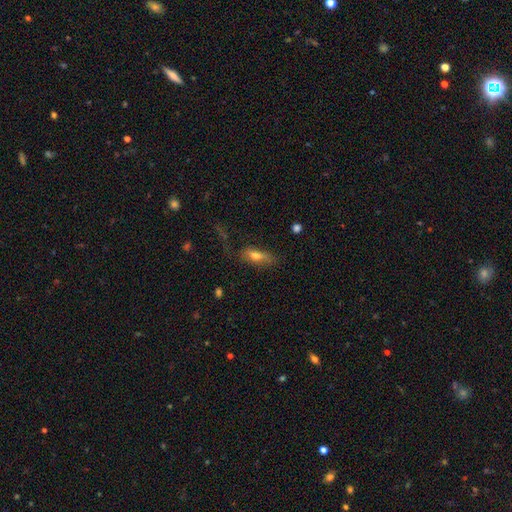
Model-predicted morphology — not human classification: smooth-or-featured: smooth: 69% | featured or disk: 22% | star or artifact: 9%
  how-rounded: in between: 67% | cigar-shaped: 29% | round: 4%
  merging: none: 55% | minor disturbance: 26% | major disturbance: 15% | merger: 4%